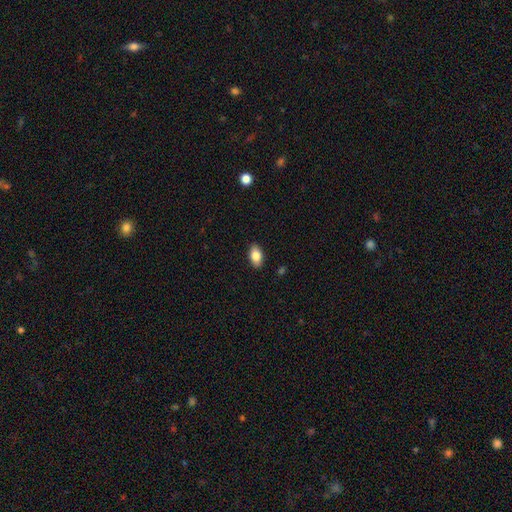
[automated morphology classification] smooth_or_featured: smooth (p=0.84) [alt: featured or disk p=0.09]
how_rounded: in between (p=0.92) [alt: round p=0.05]
merging: none (p=0.89) [alt: minor disturbance p=0.08]